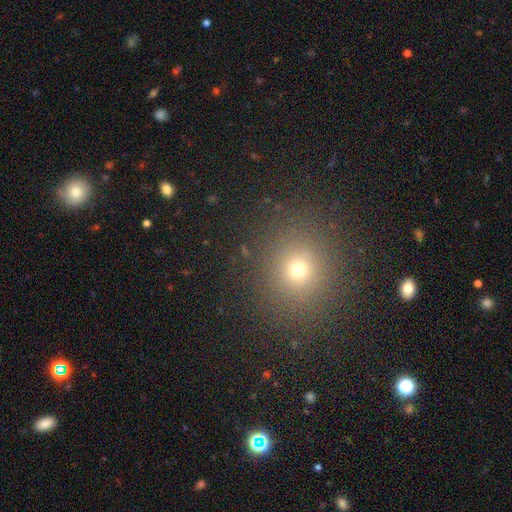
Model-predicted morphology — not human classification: The model was most divided on "smooth or featured": smooth: 60%, star or artifact: 33%, featured or disk: 7%. More confident: merging — none (91%); how rounded — round (89%).